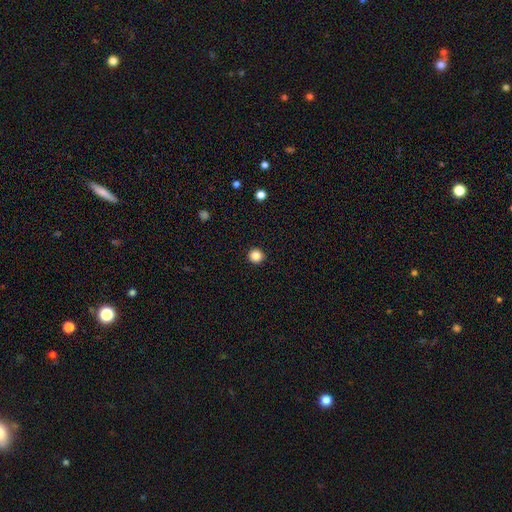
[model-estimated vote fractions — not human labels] The model was most divided on "smooth or featured": smooth: 85%, star or artifact: 11%, featured or disk: 4%. More confident: how rounded — round (95%); merging — none (93%).